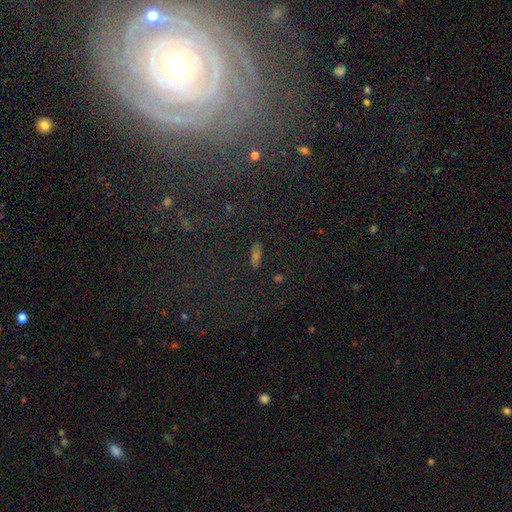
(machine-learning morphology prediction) Smooth or featured?
  - smooth: 53% *
  - star or artifact: 30%
  - featured or disk: 16%
How rounded?
  - in between: 63% *
  - cigar-shaped: 29%
  - round: 8%
Merging?
  - none: 83% *
  - minor disturbance: 10%
  - major disturbance: 4%
  - merger: 3%